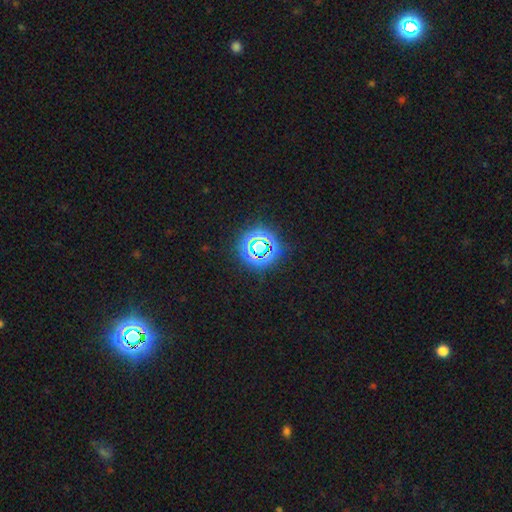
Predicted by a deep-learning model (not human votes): smooth_or_featured: star or artifact (p=0.71) [alt: smooth p=0.19]